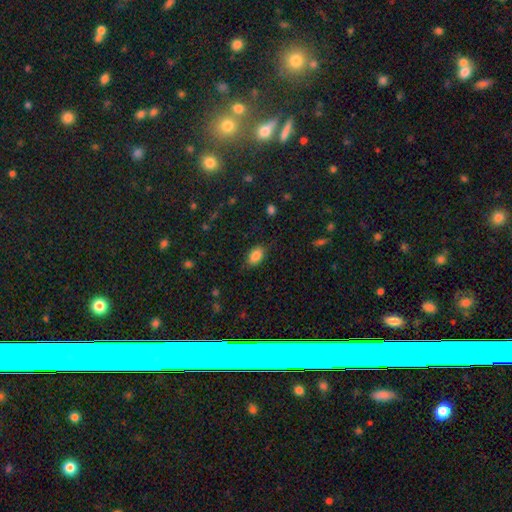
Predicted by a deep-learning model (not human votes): This is clearly a smooth galaxy (85%). How rounded: clearly in between (89%). Merging: likely none (80%).